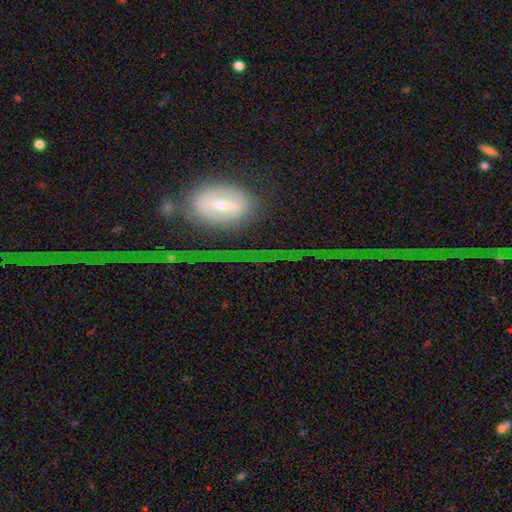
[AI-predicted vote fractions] Smooth or featured: featured or disk — 50% (smooth — 26%)
Merging: none — 51% (major disturbance — 27%)